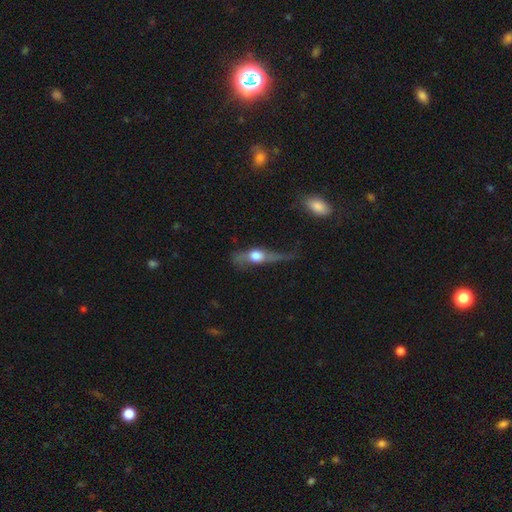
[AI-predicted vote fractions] This is possibly a featured or disk galaxy (51%). It is likely viewed edge-on (71%). Merging: marginally none (36%).